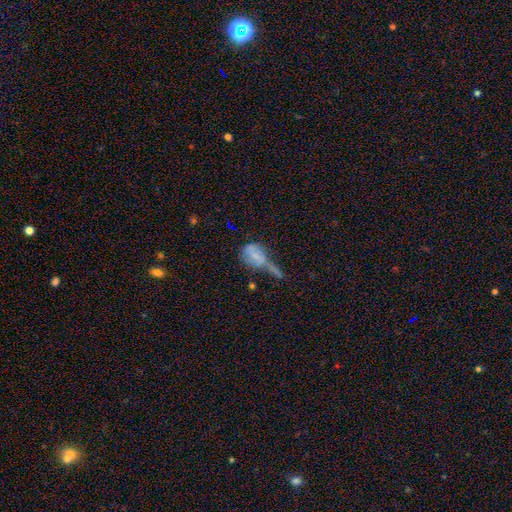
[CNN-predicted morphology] Smooth or featured? smooth (58%)
How rounded? in between (76%)
Merging? merger (38%)